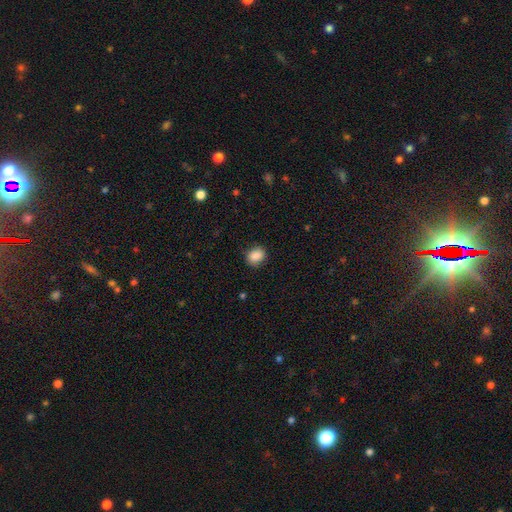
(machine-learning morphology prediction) A smooth galaxy with no disk features (87%) that is round (57%). Merging: none (84%).